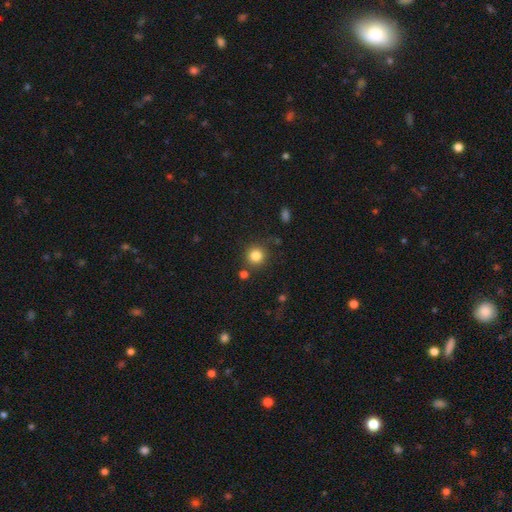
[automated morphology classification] Q: Smooth or featured?
A: smooth (83%); runner-up: star or artifact (11%)
Q: How rounded?
A: round (92%); runner-up: in between (7%)
Q: Merging?
A: none (81%); runner-up: minor disturbance (9%)